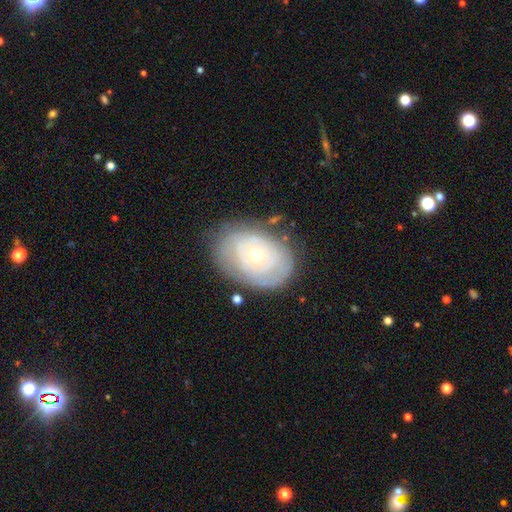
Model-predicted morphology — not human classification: A featured or disk galaxy (60%) with no bar (88%), no spiral arms (53%) and a small central bulge (56%). Merging: none (70%).